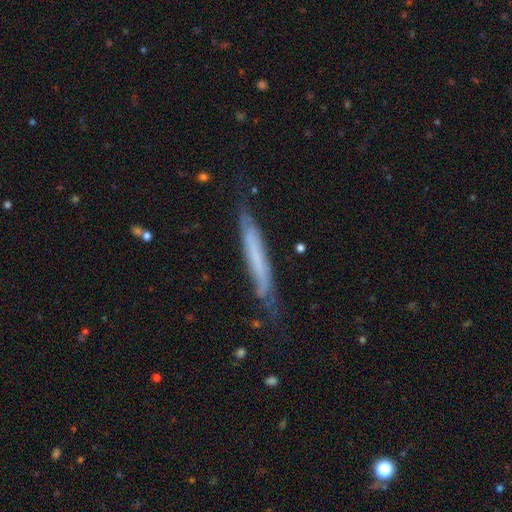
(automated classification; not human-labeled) featured or disk 51%, smooth 42%, star or artifact 7%. Down the decision tree: edge-on disk — yes (77%); merging — none (67%).